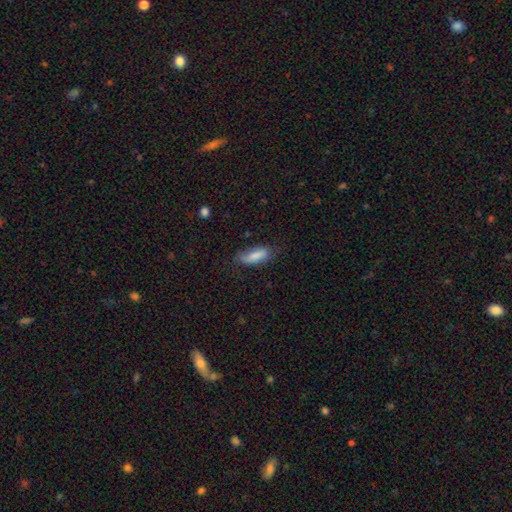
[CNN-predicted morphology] This is likely a smooth galaxy (80%). How rounded: likely in between (65%). Merging: likely none (66%).